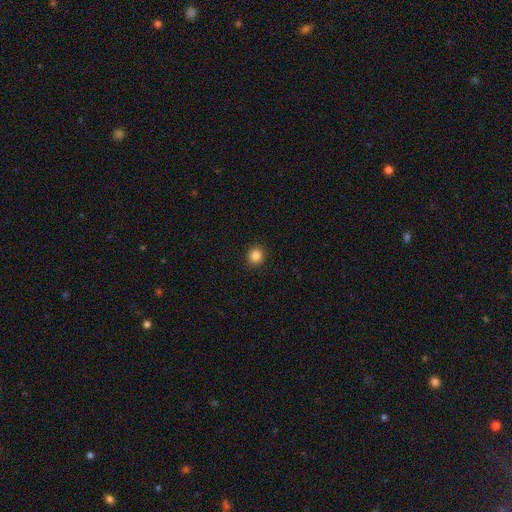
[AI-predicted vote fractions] Q: Smooth or featured?
A: smooth (85%); runner-up: star or artifact (11%)
Q: How rounded?
A: round (86%); runner-up: in between (13%)
Q: Merging?
A: none (92%); runner-up: minor disturbance (5%)